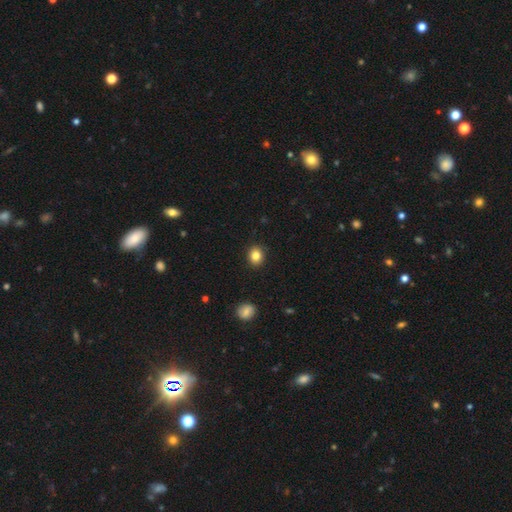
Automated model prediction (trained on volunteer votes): smooth-or-featured: smooth: 84% | star or artifact: 10% | featured or disk: 6%
  how-rounded: round: 71% | in between: 28% | cigar-shaped: 1%
  merging: none: 91% | minor disturbance: 6% | major disturbance: 2% | merger: 1%